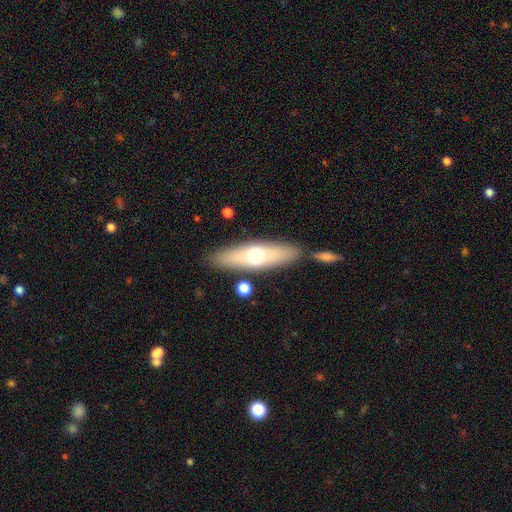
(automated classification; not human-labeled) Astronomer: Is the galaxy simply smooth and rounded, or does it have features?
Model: smooth — 57% (runner-up: featured or disk, 36%).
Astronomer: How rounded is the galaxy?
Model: cigar-shaped — 57% (runner-up: in between, 41%).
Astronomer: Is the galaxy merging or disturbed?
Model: none — 82%.